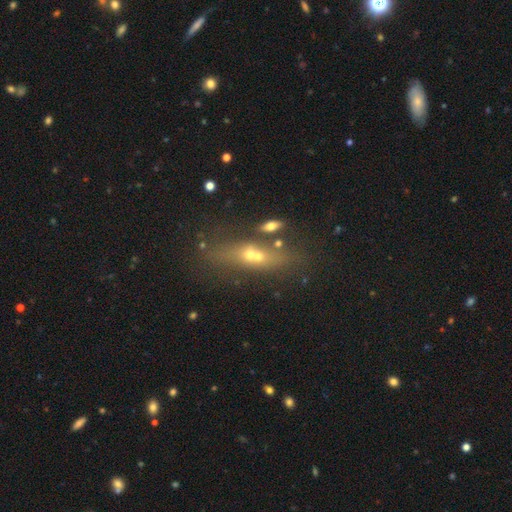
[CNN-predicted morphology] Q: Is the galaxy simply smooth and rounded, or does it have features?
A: smooth — 44%.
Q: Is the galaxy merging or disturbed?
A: none — 42%.